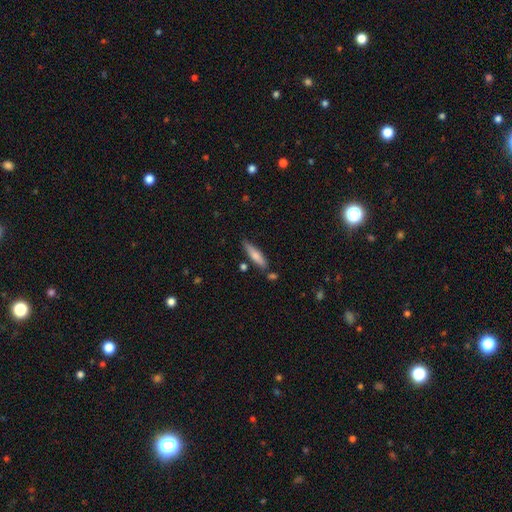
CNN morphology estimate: smooth-or-featured: smooth: 73% | featured or disk: 21% | star or artifact: 6%
  how-rounded: cigar-shaped: 79% | in between: 19% | round: 2%
  merging: none: 73% | minor disturbance: 16% | merger: 7% | major disturbance: 3%